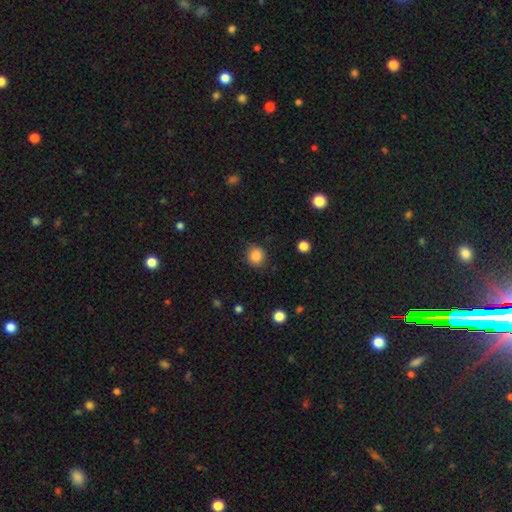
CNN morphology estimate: Smooth or featured?
  - smooth: 85% *
  - star or artifact: 10%
  - featured or disk: 5%
How rounded?
  - round: 85% *
  - in between: 14%
  - cigar-shaped: 1%
Merging?
  - none: 87% *
  - minor disturbance: 9%
  - major disturbance: 2%
  - merger: 1%